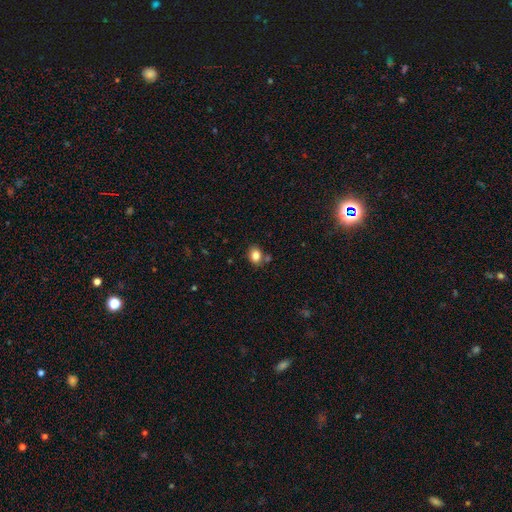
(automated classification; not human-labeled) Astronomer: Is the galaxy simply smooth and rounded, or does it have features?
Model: smooth — 83%.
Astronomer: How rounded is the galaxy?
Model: in between — 57% (runner-up: round, 42%).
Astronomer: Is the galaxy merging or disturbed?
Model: none — 74%.